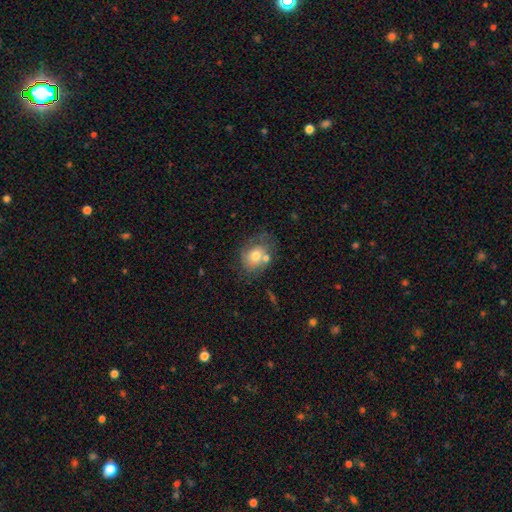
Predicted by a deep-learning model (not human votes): smooth-or-featured: smooth: 60% | featured or disk: 32% | star or artifact: 9%
  how-rounded: round: 51% | in between: 48% | cigar-shaped: 1%
  merging: none: 45% | minor disturbance: 23% | merger: 20% | major disturbance: 13%